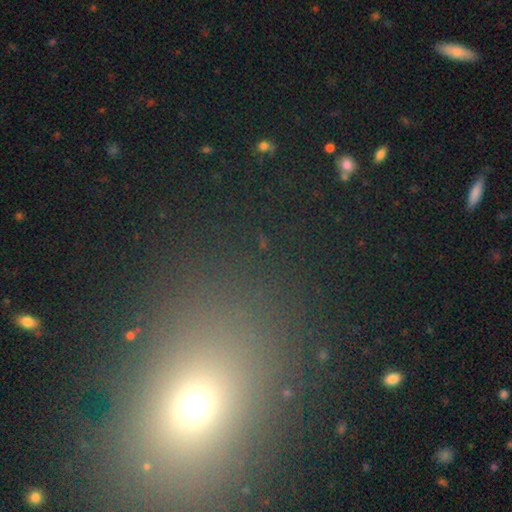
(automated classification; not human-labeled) Q: Smooth or featured?
A: star or artifact (46%); runner-up: smooth (43%)